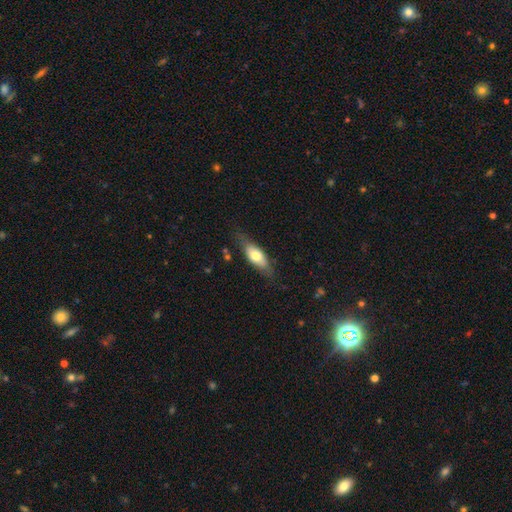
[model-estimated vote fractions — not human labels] The model was most divided on "smooth or featured": smooth: 64%, featured or disk: 30%, star or artifact: 6%. More confident: merging — none (71%); how rounded — in between (70%).